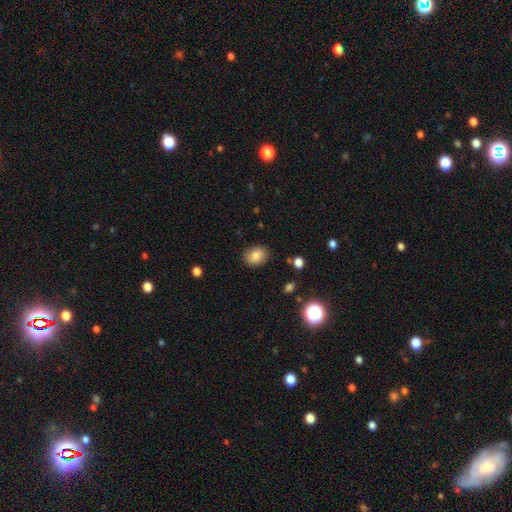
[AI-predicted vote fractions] smooth_or_featured: smooth (p=0.82) [alt: star or artifact p=0.10]
how_rounded: round (p=0.50) [alt: in between p=0.49]
merging: none (p=0.87) [alt: minor disturbance p=0.10]